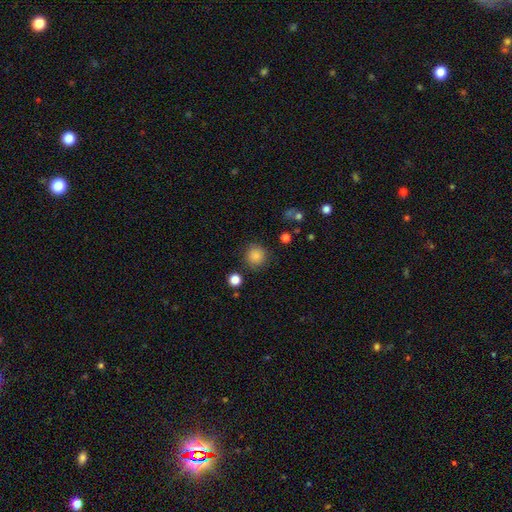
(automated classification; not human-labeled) smooth_or_featured: smooth (p=0.86) [alt: star or artifact p=0.10]
how_rounded: round (p=0.92) [alt: in between p=0.07]
merging: none (p=0.86) [alt: minor disturbance p=0.08]